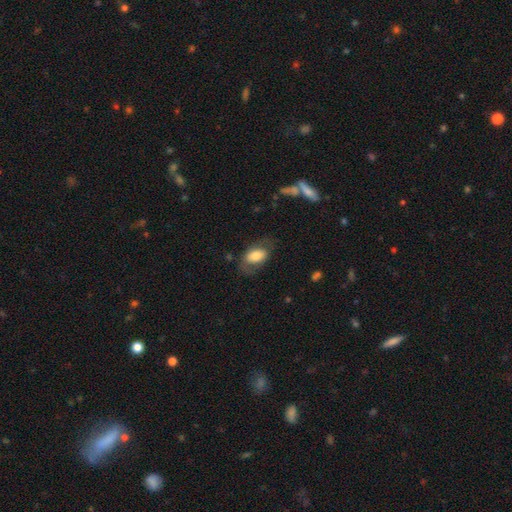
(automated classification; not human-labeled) Smooth or featured: smooth — 66% (featured or disk — 27%)
How rounded: in between — 88% (round — 10%)
Merging: none — 62% (minor disturbance — 21%)